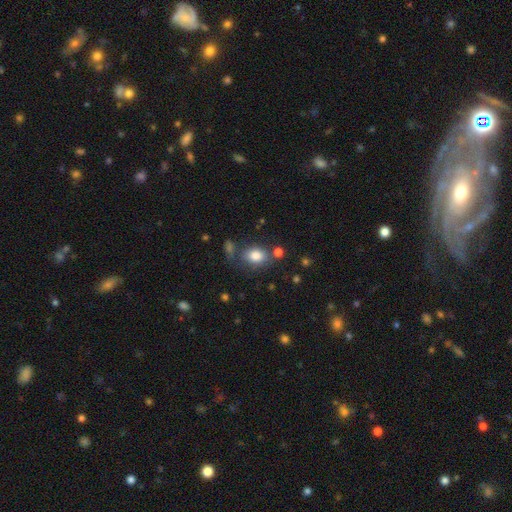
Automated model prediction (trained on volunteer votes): Smooth or featured? smooth (82%)
How rounded? in between (64%)
Merging? none (68%)